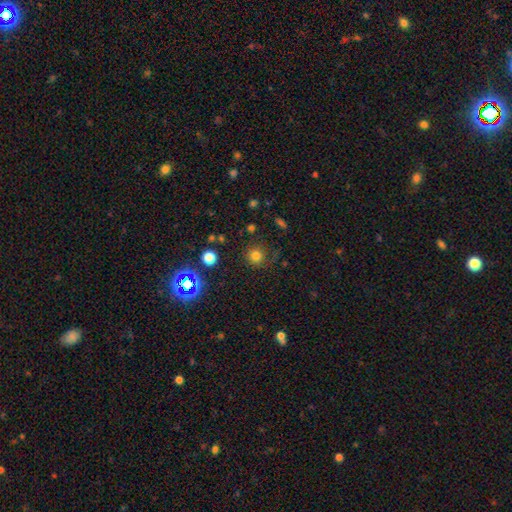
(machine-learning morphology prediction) smooth_or_featured: smooth (p=0.76) [alt: star or artifact p=0.17]
how_rounded: round (p=0.93) [alt: in between p=0.07]
merging: none (p=0.79) [alt: minor disturbance p=0.12]